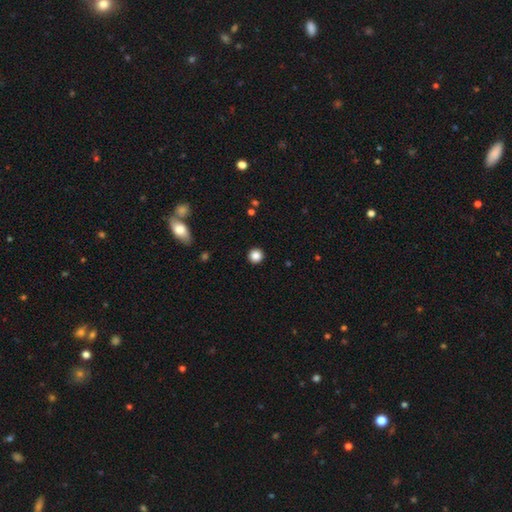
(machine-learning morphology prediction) Q: Smooth or featured?
A: smooth (86%); runner-up: star or artifact (11%)
Q: How rounded?
A: round (95%); runner-up: in between (4%)
Q: Merging?
A: none (93%); runner-up: minor disturbance (4%)